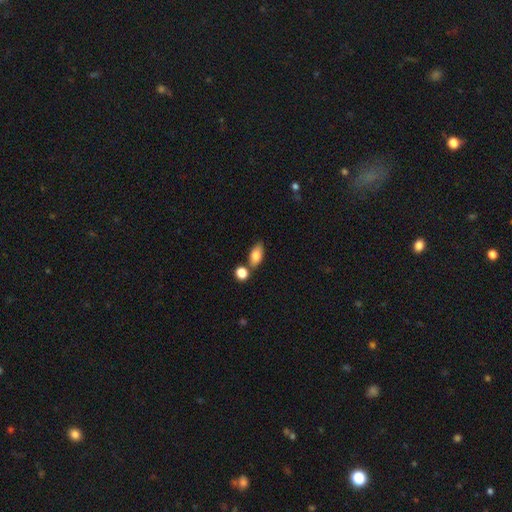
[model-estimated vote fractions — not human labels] A smooth galaxy with no disk features (80%) that is in between round and cigar-shaped (85%). Merging: none (66%).